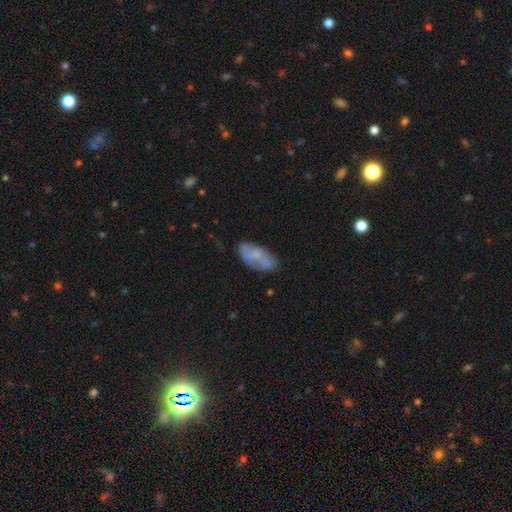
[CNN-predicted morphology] Smooth or featured?
  - smooth: 49% *
  - featured or disk: 42%
  - star or artifact: 9%
Merging?
  - none: 60% *
  - minor disturbance: 25%
  - major disturbance: 9%
  - merger: 5%